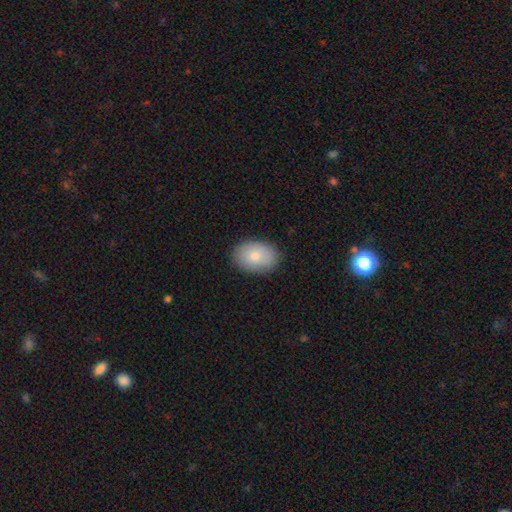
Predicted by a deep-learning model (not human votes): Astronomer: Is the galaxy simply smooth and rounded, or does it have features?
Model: smooth — 81%.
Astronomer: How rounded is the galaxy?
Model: in between — 82%.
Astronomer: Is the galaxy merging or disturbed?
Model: none — 86%.